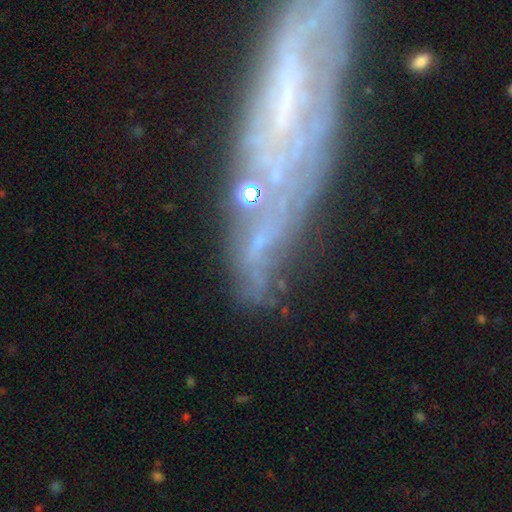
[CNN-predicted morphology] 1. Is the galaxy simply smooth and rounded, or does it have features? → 44% featured or disk, 30% star or artifact, 26% smooth.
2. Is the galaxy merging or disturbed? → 48% none, 21% minor disturbance, 20% major disturbance, 10% merger.